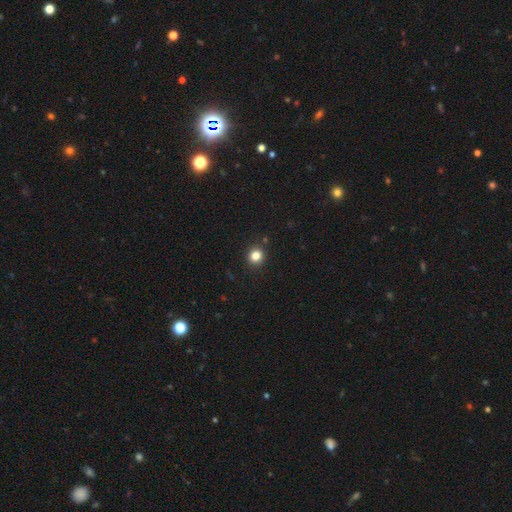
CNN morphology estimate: smooth 82%, star or artifact 13%, featured or disk 5%. Down the decision tree: how rounded — round (88%); merging — none (90%).